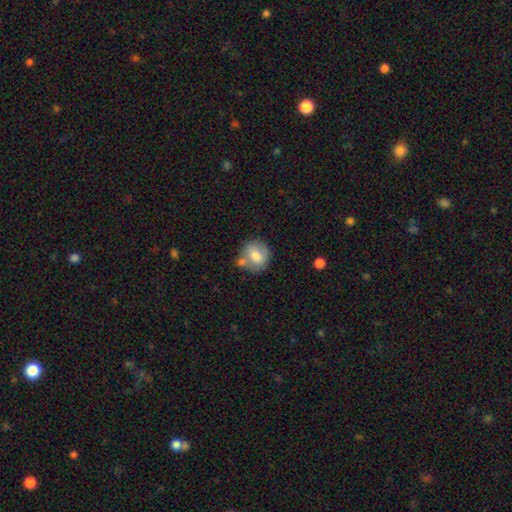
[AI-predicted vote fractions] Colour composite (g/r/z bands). It shows a smooth galaxy with no disk features (68%) that is round (79%). Merging: none (56%).